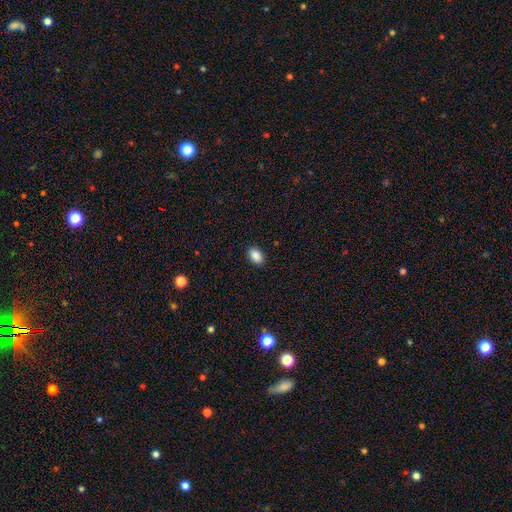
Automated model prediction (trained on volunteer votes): A smooth galaxy with no disk features (89%) that is in between round and cigar-shaped (87%). Merging: none (90%).